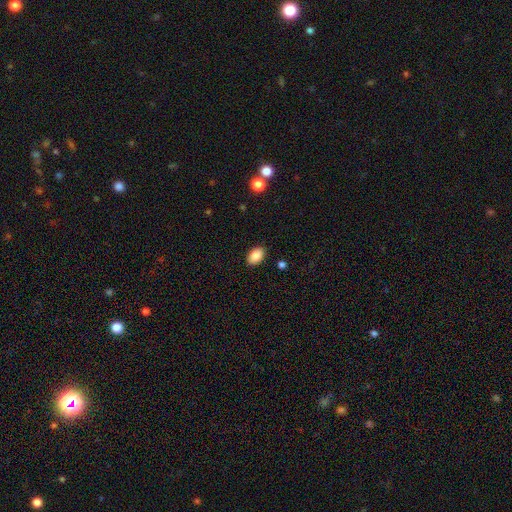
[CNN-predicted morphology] Smooth or featured: smooth — 86% (star or artifact — 8%)
How rounded: in between — 88% (round — 11%)
Merging: none — 89% (minor disturbance — 8%)